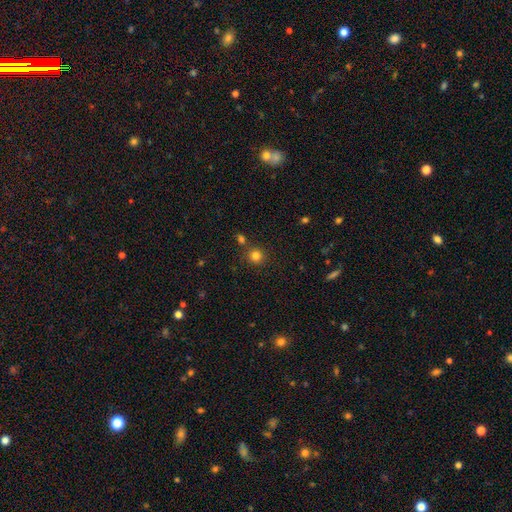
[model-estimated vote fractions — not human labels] smooth-or-featured: smooth: 81% | star or artifact: 14% | featured or disk: 5%
  how-rounded: round: 93% | in between: 6% | cigar-shaped: 1%
  merging: none: 82% | merger: 8% | minor disturbance: 7% | major disturbance: 3%